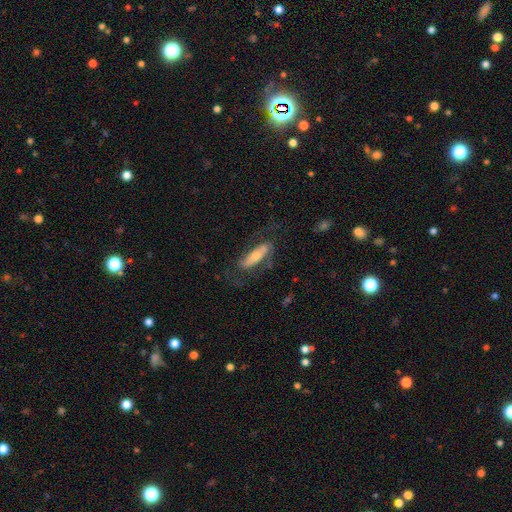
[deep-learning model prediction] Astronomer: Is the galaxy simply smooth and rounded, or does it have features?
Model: featured or disk — 59%.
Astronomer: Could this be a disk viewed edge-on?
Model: no — 74%.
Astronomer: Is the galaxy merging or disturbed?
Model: none — 65%.